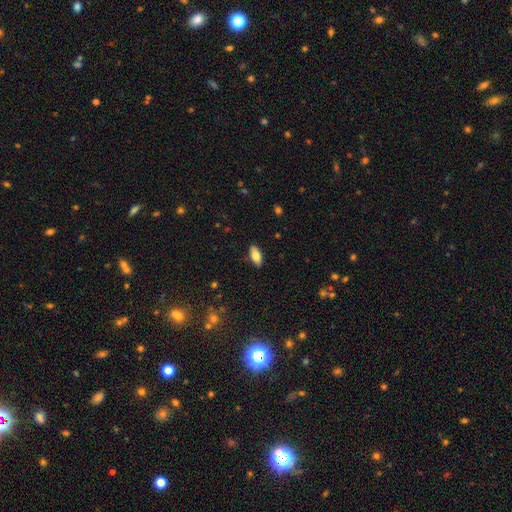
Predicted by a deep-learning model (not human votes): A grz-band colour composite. It shows a smooth galaxy with no disk features (74%) that is in between round and cigar-shaped (84%). Merging: none (88%).